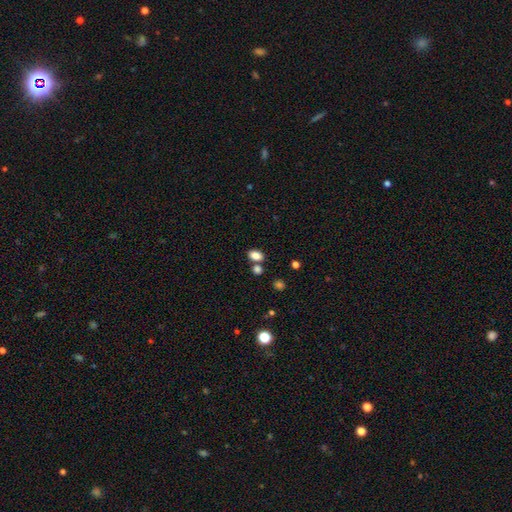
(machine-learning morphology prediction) smooth-or-featured: smooth: 83% | star or artifact: 11% | featured or disk: 6%
  how-rounded: in between: 81% | round: 17% | cigar-shaped: 2%
  merging: none: 66% | merger: 19% | minor disturbance: 11% | major disturbance: 3%